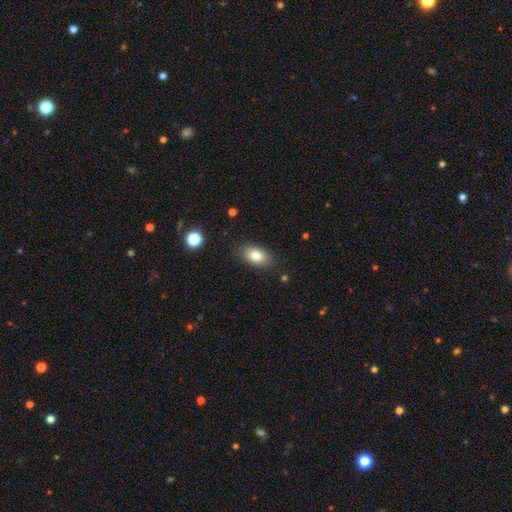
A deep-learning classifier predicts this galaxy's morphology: smooth-or-featured: smooth: 80% | featured or disk: 11% | star or artifact: 9%
  how-rounded: in between: 86% | round: 12% | cigar-shaped: 2%
  merging: none: 83% | minor disturbance: 12% | major disturbance: 3% | merger: 2%